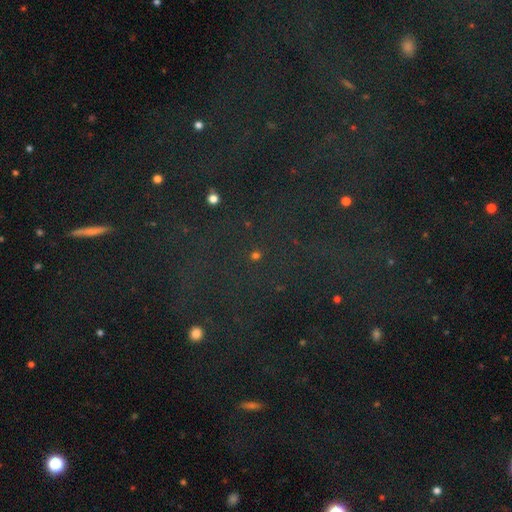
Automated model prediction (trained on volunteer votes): A star or artifact, not a galaxy (76%).

Vote fractions:
- Smooth or featured? star or artifact: 76% / smooth: 15% / featured or disk: 9%